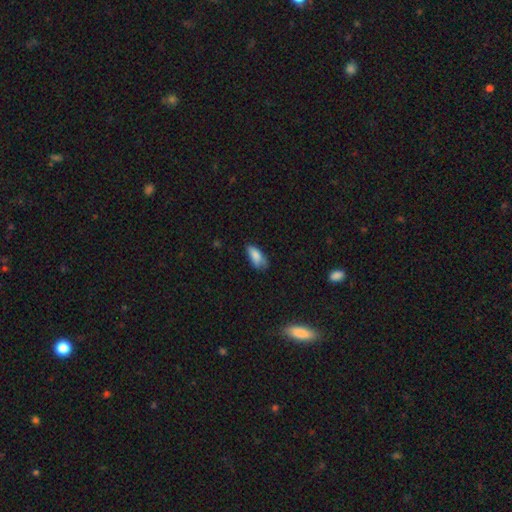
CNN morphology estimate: smooth-or-featured: smooth: 82% | featured or disk: 9% | star or artifact: 8%
  how-rounded: in between: 86% | cigar-shaped: 12% | round: 3%
  merging: none: 52% | minor disturbance: 35% | major disturbance: 11% | merger: 2%